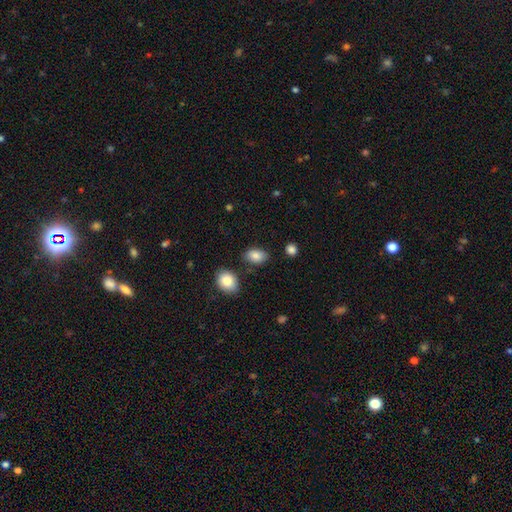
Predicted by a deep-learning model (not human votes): smooth 85%, star or artifact 8%, featured or disk 6%. Down the decision tree: how rounded — in between (86%); merging — none (81%).